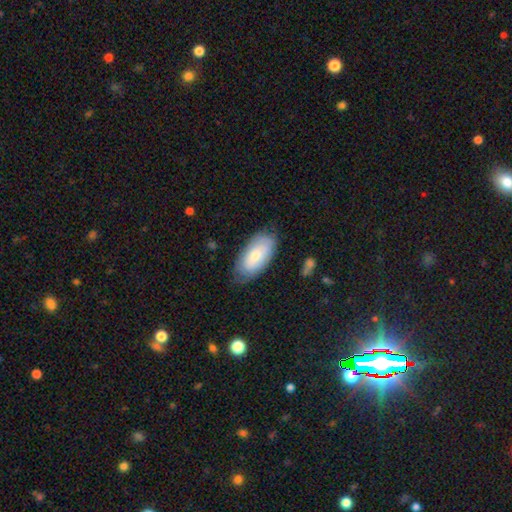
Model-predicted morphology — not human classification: A smooth galaxy with no disk features (68%) that is in between round and cigar-shaped (93%). Merging: none (74%).